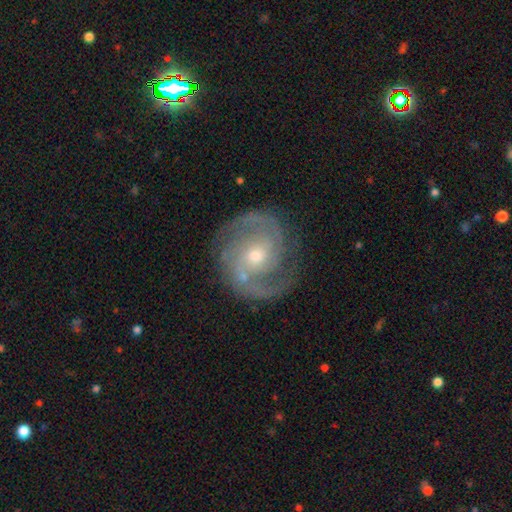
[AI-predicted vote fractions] smooth-or-featured: featured or disk: 90% | smooth: 5% | star or artifact: 5%
  disk-edge-on: no: 98% | yes: 2%
    bar: no: 53% | weak: 38% | strong: 9%
    has-spiral-arms: yes: 98% | no: 2%
      spiral-winding: medium: 48% | tight: 43% | loose: 9%
      spiral-arm-count: 2: 77% | 3: 10% | can't tell: 6% | 4: 3% | 1: 3% | more than 4: 2%
    bulge-size: moderate: 51% | small: 44% | large: 3% | none: 1% | dominant: 1%
  merging: none: 81% | minor disturbance: 12% | major disturbance: 5% | merger: 2%